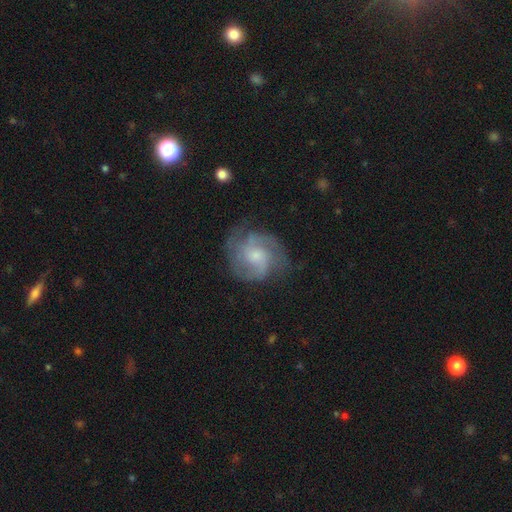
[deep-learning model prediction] A featured or disk galaxy (78%) with no bar (59%), 2 (38%) medium (48%) spiral arms (94%) and a small central bulge (44%). Merging: none (69%).